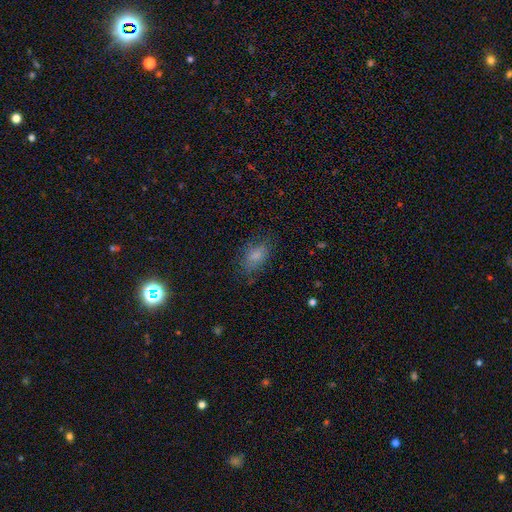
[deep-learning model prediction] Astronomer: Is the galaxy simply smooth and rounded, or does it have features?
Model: smooth — 77%.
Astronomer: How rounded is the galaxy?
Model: in between — 87%.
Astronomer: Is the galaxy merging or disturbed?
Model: none — 69%.